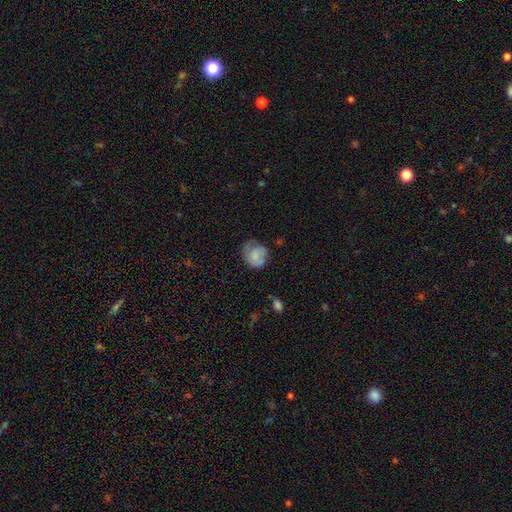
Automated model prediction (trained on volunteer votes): smooth 67%, featured or disk 25%, star or artifact 8%. Down the decision tree: how rounded — round (71%); merging — none (49%).